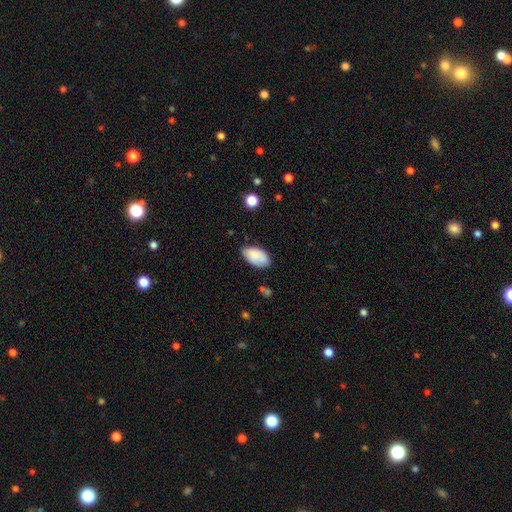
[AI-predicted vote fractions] A smooth galaxy with no disk features (83%) that is in between round and cigar-shaped (95%). Merging: none (68%).